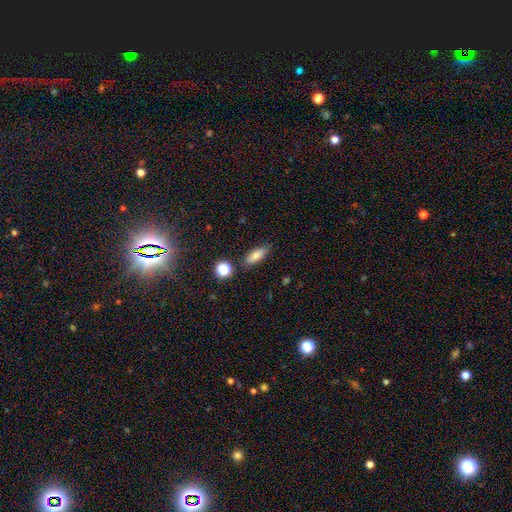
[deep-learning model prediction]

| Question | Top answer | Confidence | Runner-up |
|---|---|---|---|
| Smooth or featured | smooth | 78% | featured or disk (12%) |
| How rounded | in between | 72% | cigar-shaped (24%) |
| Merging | none | 80% | minor disturbance (13%) |